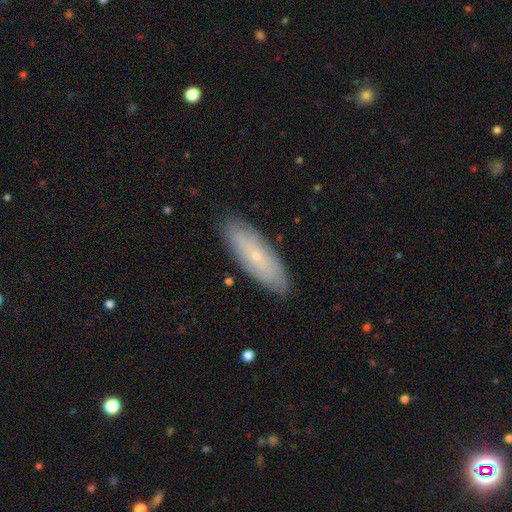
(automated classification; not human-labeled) Smooth or featured? Predicted: smooth (p=0.49). Merging? Predicted: none (p=0.86).